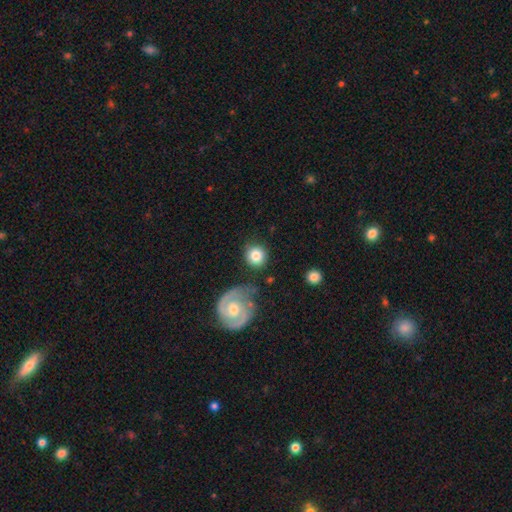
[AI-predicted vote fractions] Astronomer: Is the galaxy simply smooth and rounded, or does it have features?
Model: smooth — 79%.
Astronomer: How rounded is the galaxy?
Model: round — 91%.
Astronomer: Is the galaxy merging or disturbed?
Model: none — 77%.